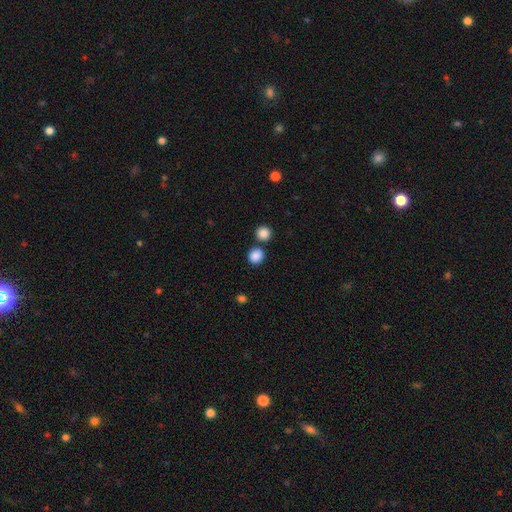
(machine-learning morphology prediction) Smooth or featured? Predicted: smooth (p=0.87). How rounded? Predicted: round (p=0.84). Merging? Predicted: none (p=0.73).